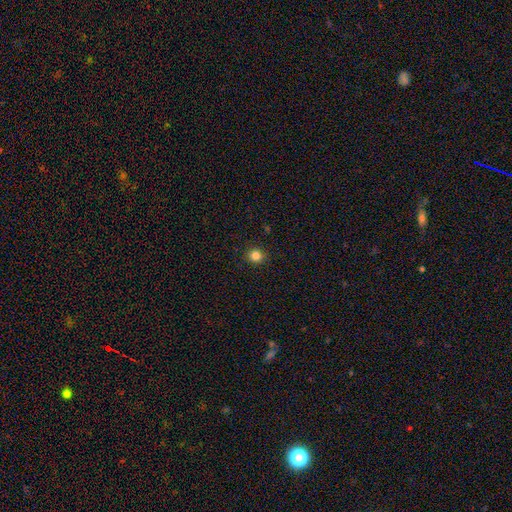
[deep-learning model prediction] Smooth or featured? smooth (84%)
How rounded? round (92%)
Merging? none (92%)